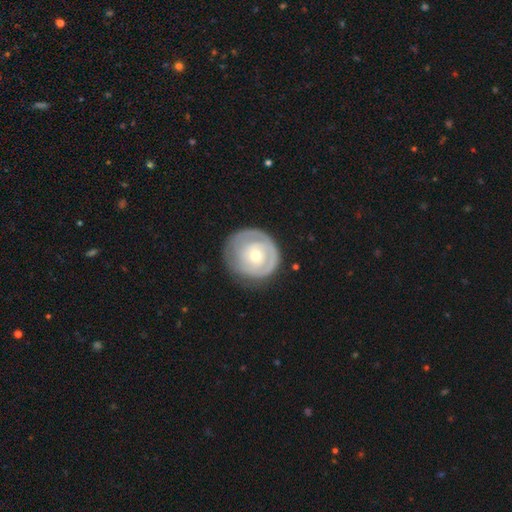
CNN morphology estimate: A featured or disk galaxy (55%) with no bar (80%), no spiral arms (50%, tied with yes) and a moderate central bulge (51%). Merging: none (66%).